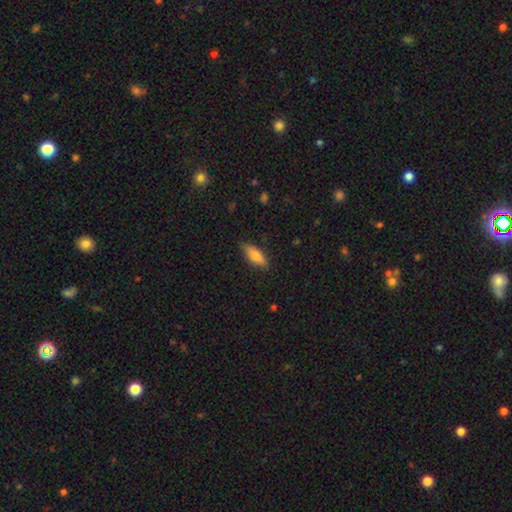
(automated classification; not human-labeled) The model was most divided on "how rounded": in between: 62%, cigar-shaped: 36%, round: 2%. More confident: merging — none (80%); smooth or featured — smooth (80%).